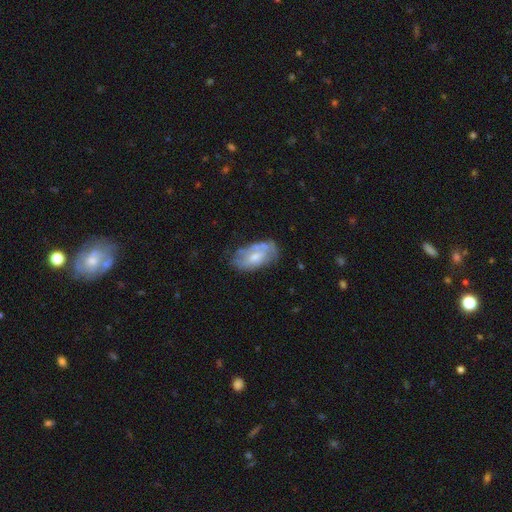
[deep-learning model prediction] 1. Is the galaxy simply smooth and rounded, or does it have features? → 55% featured or disk, 39% smooth, 7% star or artifact.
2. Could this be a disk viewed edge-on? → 94% no, 6% yes.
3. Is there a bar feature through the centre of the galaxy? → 66% no, 29% weak, 5% strong.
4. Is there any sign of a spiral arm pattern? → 51% yes, 49% no.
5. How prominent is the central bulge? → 46% moderate, 44% small, 6% none, 4% large, 1% dominant.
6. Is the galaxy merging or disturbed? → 56% none, 29% minor disturbance, 12% major disturbance, 4% merger.